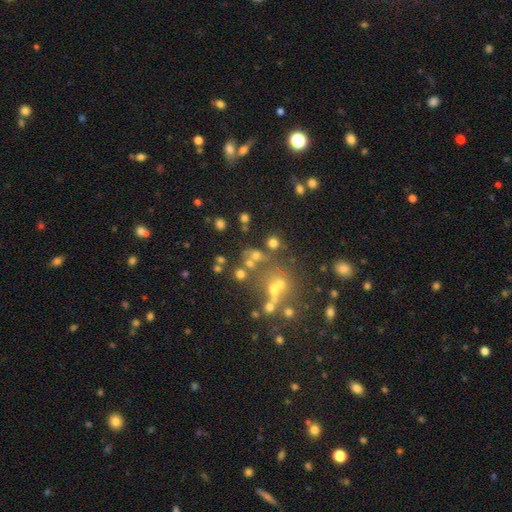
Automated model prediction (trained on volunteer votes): Q: Smooth or featured?
A: smooth (54%); runner-up: star or artifact (26%)
Q: How rounded?
A: round (73%); runner-up: in between (25%)
Q: Merging?
A: none (57%); runner-up: merger (22%)